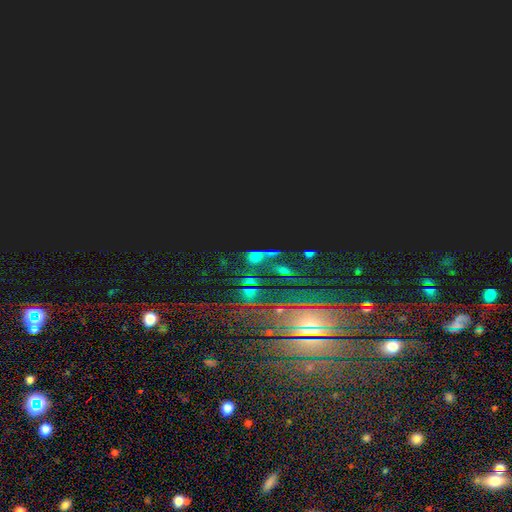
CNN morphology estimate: This appears to be a star or artifact, not a galaxy (65%).